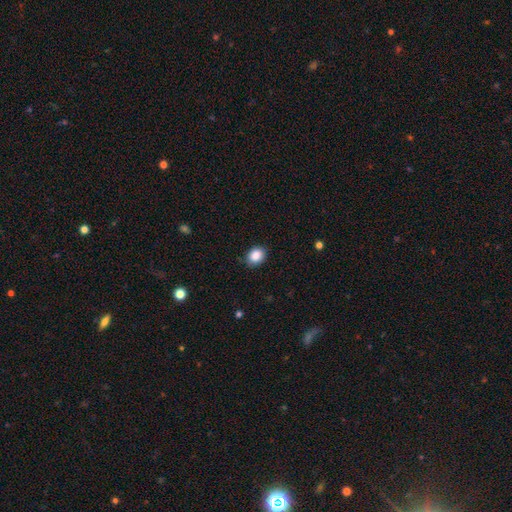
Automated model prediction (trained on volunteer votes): This is clearly a smooth galaxy (87%). How rounded: possibly in between (52%). Merging: clearly none (86%).